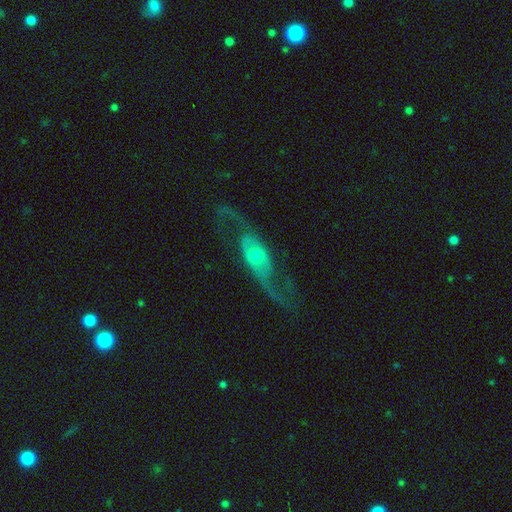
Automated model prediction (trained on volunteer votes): A featured or disk galaxy (79%) with no bar (60%), 2 (90%) loose (68%) spiral arms (87%) and a moderate central bulge (44%).

Vote fractions:
- Smooth or featured? featured or disk: 79% / smooth: 15% / star or artifact: 7%
- Edge-on disk? no: 80% / yes: 20%
- Bar? no: 60% / weak: 30% / strong: 10%
- Spiral arms? yes: 87% / no: 13%
- Spiral winding? loose: 68% / medium: 25% / tight: 7%
- Spiral arm count? 2: 90% / can't tell: 4% / 1: 3% / 3: 1% / 4: 1% / more than 4: 1%
- Bulge size? moderate: 44% / small: 42% / large: 8% / none: 4% / dominant: 2%
- Merging? none: 63% / major disturbance: 19% / minor disturbance: 15% / merger: 2%